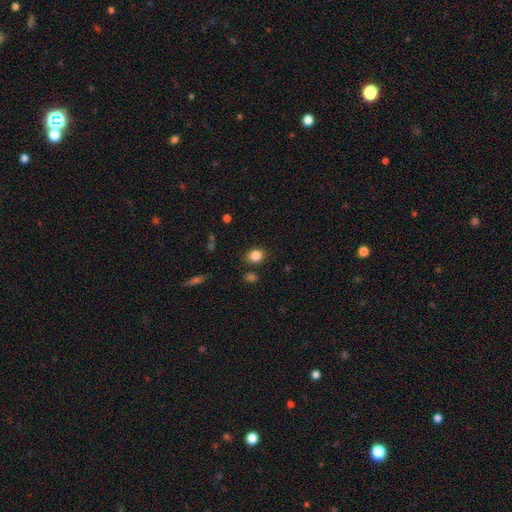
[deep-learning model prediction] smooth 84%, star or artifact 11%, featured or disk 5%. Down the decision tree: how rounded — round (63%); merging — none (82%).